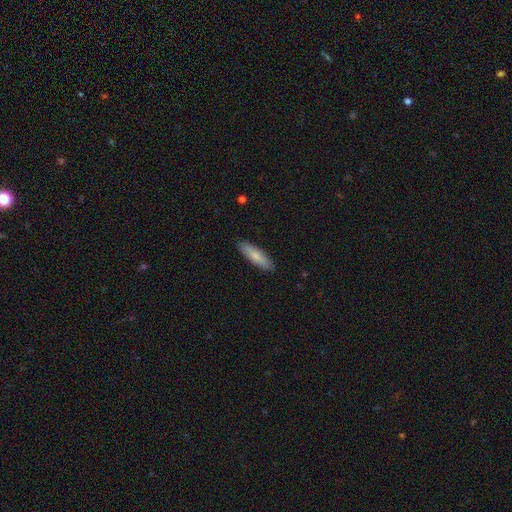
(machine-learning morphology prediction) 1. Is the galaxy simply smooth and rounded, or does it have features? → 80% smooth, 15% featured or disk, 5% star or artifact.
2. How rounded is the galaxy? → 61% cigar-shaped, 38% in between, 2% round.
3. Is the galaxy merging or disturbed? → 89% none, 8% minor disturbance, 2% major disturbance, 1% merger.